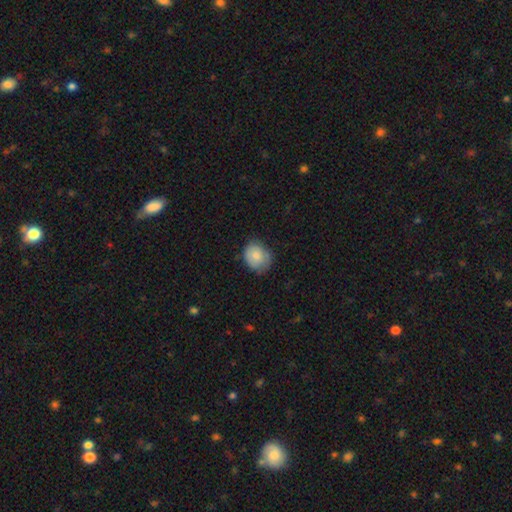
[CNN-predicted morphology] Q: Smooth or featured?
A: smooth (77%); runner-up: featured or disk (16%)
Q: How rounded?
A: round (56%); runner-up: in between (43%)
Q: Merging?
A: none (64%); runner-up: minor disturbance (28%)